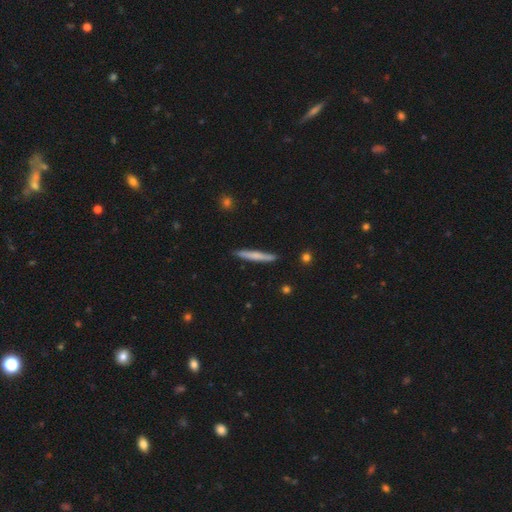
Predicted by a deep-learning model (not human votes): This is likely a smooth galaxy (64%). How rounded: clearly cigar-shaped (96%). Merging: clearly none (89%).